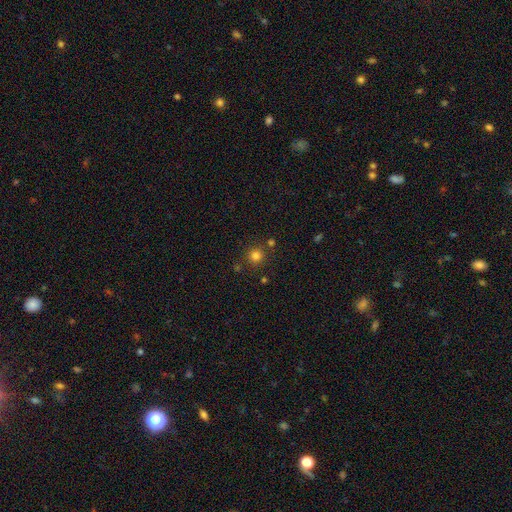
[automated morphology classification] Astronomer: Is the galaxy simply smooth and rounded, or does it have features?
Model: smooth — 80%.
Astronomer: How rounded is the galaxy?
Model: round — 94%.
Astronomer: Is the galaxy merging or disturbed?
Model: none — 84%.